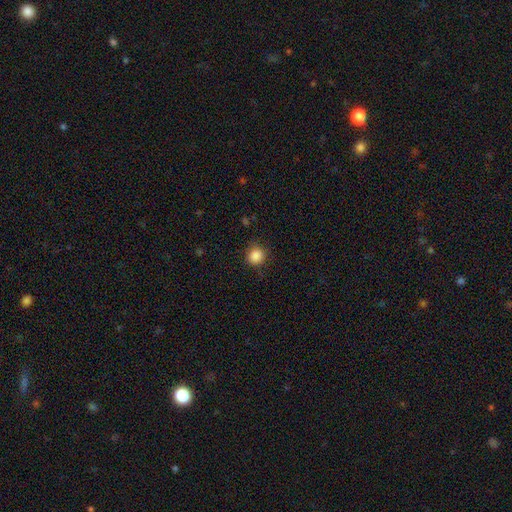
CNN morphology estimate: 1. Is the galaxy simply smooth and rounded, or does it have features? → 87% smooth, 10% star or artifact, 3% featured or disk.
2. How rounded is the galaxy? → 89% round, 10% in between, 1% cigar-shaped.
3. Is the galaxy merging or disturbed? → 86% none, 10% minor disturbance, 3% major disturbance, 1% merger.